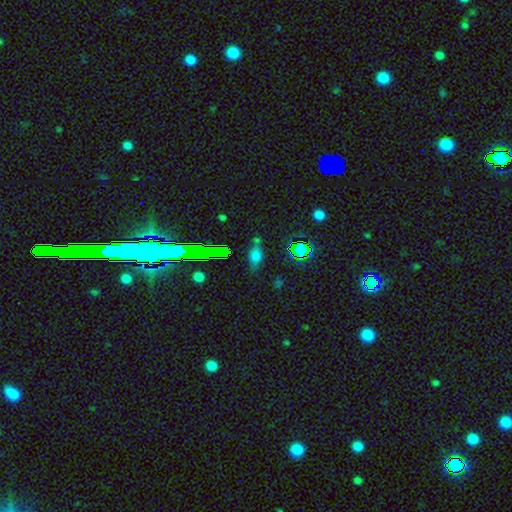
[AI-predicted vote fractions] Smooth or featured: smooth — 63% (star or artifact — 24%)
How rounded: in between — 74% (round — 14%)
Merging: none — 70% (minor disturbance — 18%)